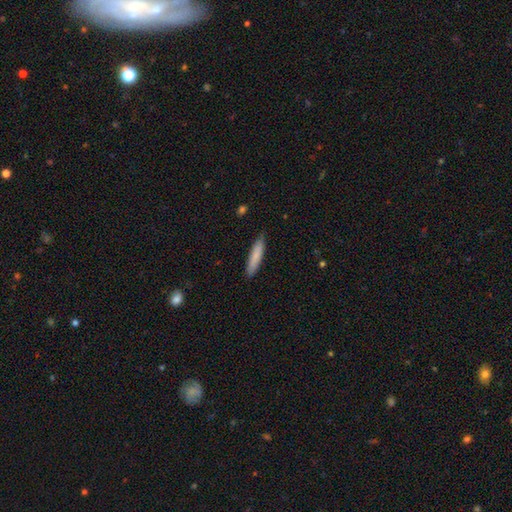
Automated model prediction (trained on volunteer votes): Q: Smooth or featured?
A: smooth (81%); runner-up: featured or disk (14%)
Q: How rounded?
A: cigar-shaped (87%); runner-up: in between (12%)
Q: Merging?
A: none (86%); runner-up: minor disturbance (11%)